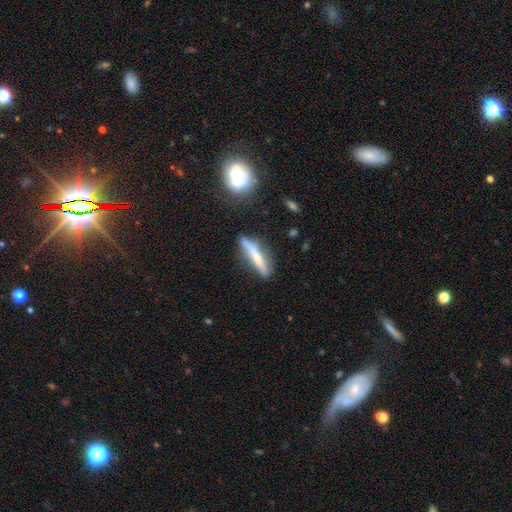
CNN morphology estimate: A featured or disk galaxy (49%). Merging: none (71%).